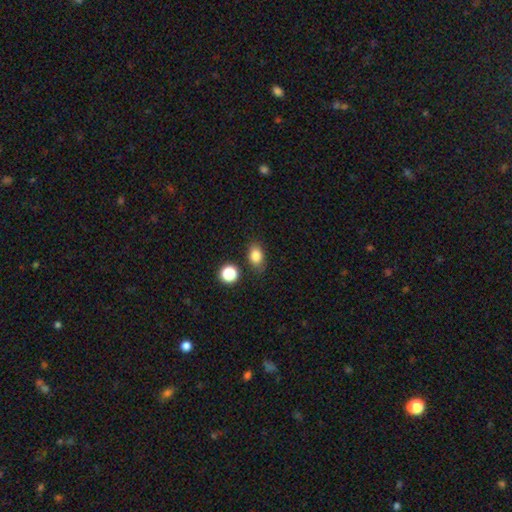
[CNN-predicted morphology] smooth 83%, star or artifact 10%, featured or disk 7%. Down the decision tree: how rounded — in between (75%); merging — none (78%).